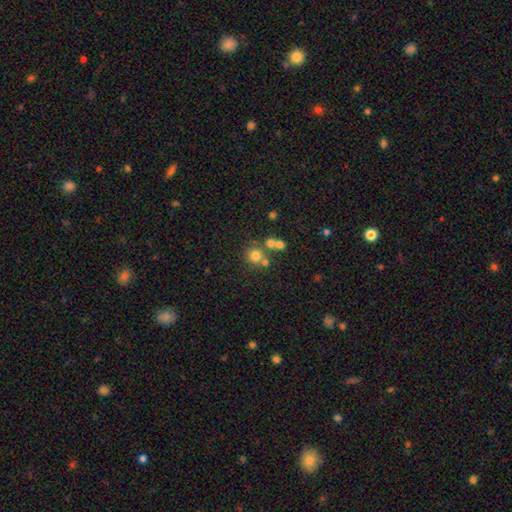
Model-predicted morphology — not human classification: Smooth or featured? smooth (71%)
How rounded? round (90%)
Merging? none (57%)